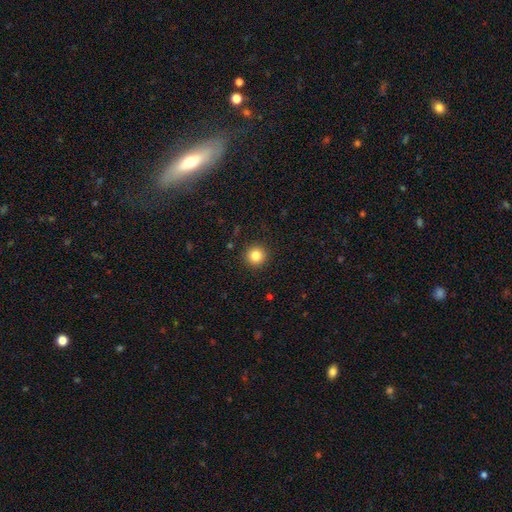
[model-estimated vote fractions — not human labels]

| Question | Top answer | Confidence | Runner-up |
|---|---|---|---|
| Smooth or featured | smooth | 84% | star or artifact (11%) |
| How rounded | round | 95% | in between (4%) |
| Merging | none | 92% | minor disturbance (5%) |